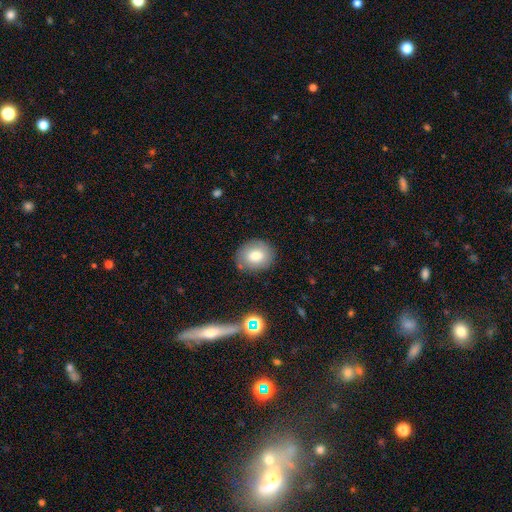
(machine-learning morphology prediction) smooth-or-featured: smooth: 74% | featured or disk: 16% | star or artifact: 10%
  how-rounded: round: 67% | in between: 32% | cigar-shaped: 1%
  merging: none: 80% | minor disturbance: 13% | major disturbance: 4% | merger: 3%